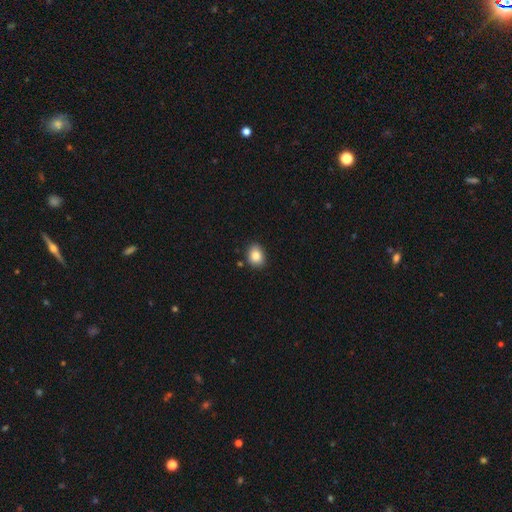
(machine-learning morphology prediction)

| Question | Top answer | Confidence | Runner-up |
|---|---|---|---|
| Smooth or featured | smooth | 85% | star or artifact (9%) |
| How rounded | in between | 56% | round (43%) |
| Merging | none | 83% | minor disturbance (13%) |